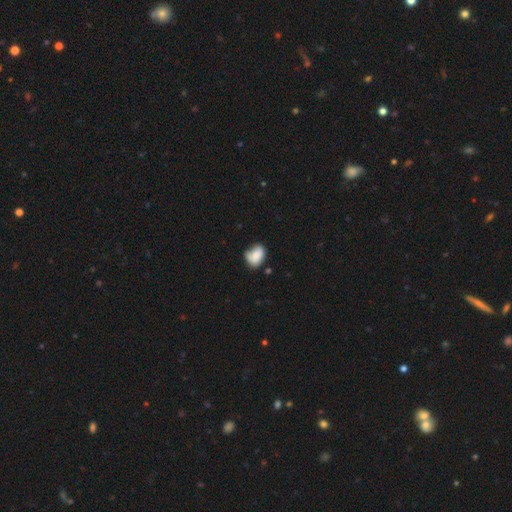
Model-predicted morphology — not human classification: A smooth galaxy with no disk features (80%) that is in between round and cigar-shaped (71%).

Vote fractions:
- Smooth or featured? smooth: 80% / featured or disk: 12% / star or artifact: 8%
- How rounded? in between: 71% / round: 27% / cigar-shaped: 1%
- Merging? none: 48% / minor disturbance: 35% / major disturbance: 10% / merger: 7%